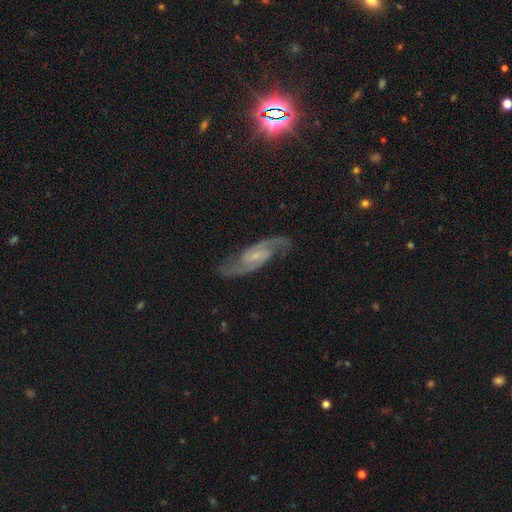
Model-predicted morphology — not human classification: type=featured or disk (90%); edge-on=no (96%); bar=weak (45%); spiral arms=yes (98%); winding=medium (57%); arm count=2 (93%); bulge=small (71%); merging=none (82%).